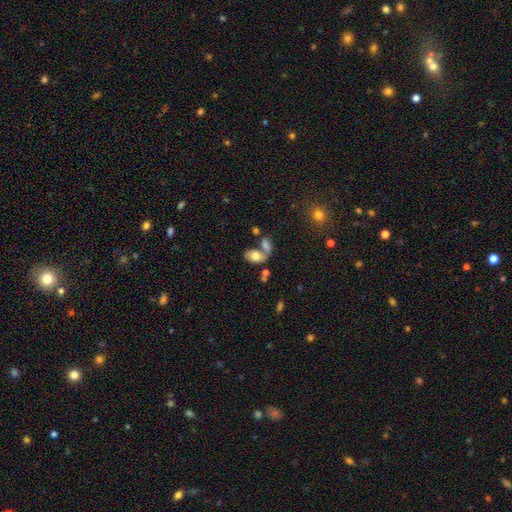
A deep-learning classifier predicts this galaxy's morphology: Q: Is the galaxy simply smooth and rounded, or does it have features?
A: smooth — 73%.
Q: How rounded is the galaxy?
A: in between — 90%.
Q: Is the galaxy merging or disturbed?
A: merger — 47%.